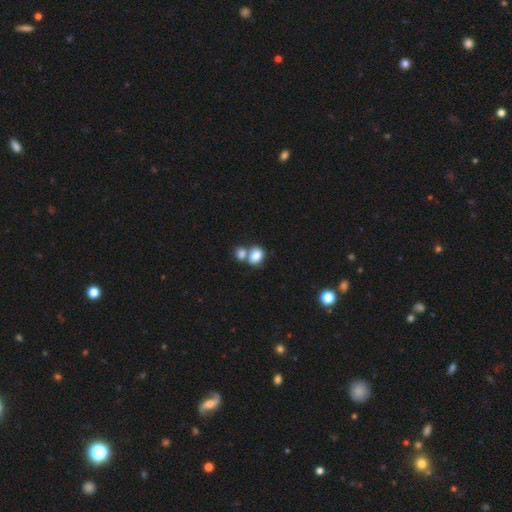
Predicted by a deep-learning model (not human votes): A smooth galaxy with no disk features (82%) that is in between round and cigar-shaped (63%).

Vote fractions:
- Smooth or featured? smooth: 82% / featured or disk: 9% / star or artifact: 9%
- How rounded? in between: 63% / round: 36% / cigar-shaped: 1%
- Merging? merger: 55% / none: 33% / minor disturbance: 9% / major disturbance: 4%